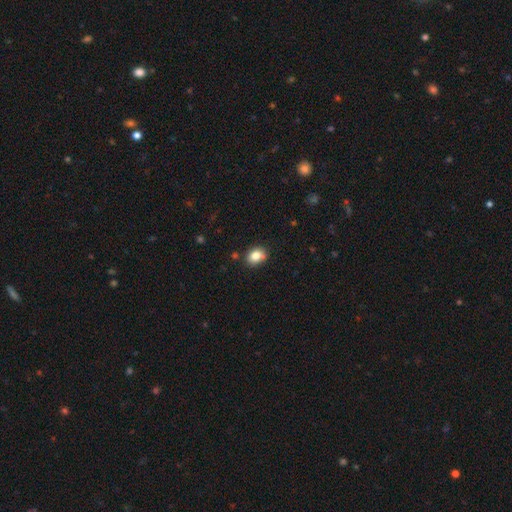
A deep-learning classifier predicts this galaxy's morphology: A smooth galaxy with no disk features (83%) that is in between round and cigar-shaped (61%).

Vote fractions:
- Smooth or featured? smooth: 83% / star or artifact: 9% / featured or disk: 7%
- How rounded? in between: 61% / round: 38% / cigar-shaped: 1%
- Merging? none: 80% / minor disturbance: 14% / merger: 3% / major disturbance: 3%